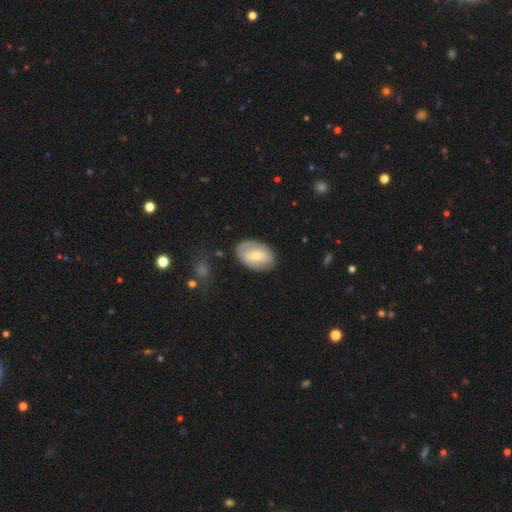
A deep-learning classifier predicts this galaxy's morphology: Smooth or featured? Predicted: featured or disk (p=0.49). Merging? Predicted: none (p=0.75).